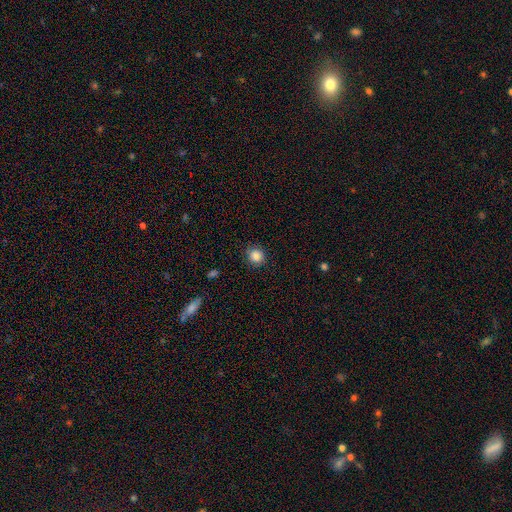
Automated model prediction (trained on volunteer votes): smooth-or-featured: smooth: 86% | star or artifact: 10% | featured or disk: 4%
  how-rounded: round: 91% | in between: 8% | cigar-shaped: 1%
  merging: none: 88% | minor disturbance: 9% | major disturbance: 2% | merger: 1%